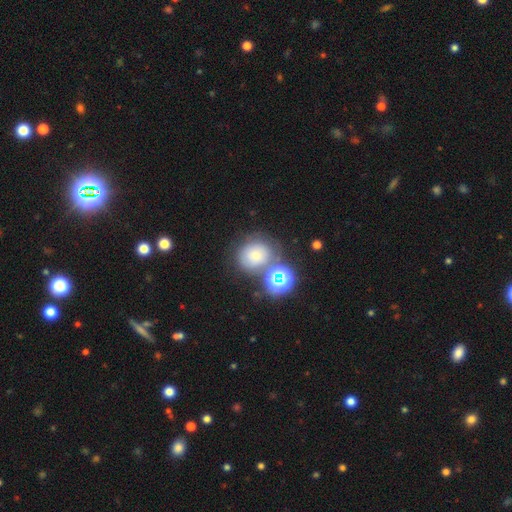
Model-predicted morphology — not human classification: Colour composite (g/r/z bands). It shows a smooth galaxy with no disk features (61%) that is round (77%). Merging: none (57%).